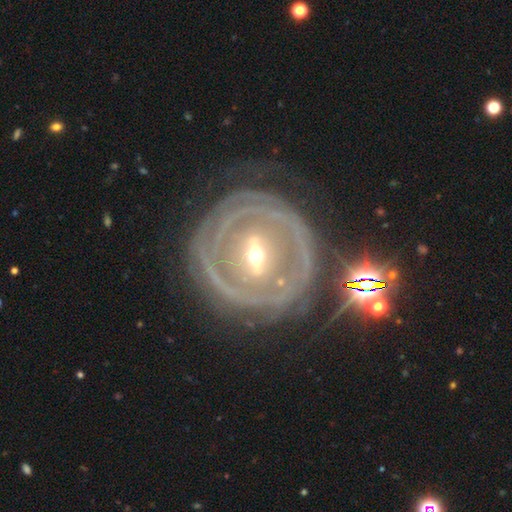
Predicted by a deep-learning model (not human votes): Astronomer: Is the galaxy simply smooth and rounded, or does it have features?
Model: featured or disk — 86%.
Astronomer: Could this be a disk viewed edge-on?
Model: no — 93%.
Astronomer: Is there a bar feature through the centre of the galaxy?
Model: strong — 48% (runner-up: weak, 35%).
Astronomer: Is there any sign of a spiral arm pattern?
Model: yes — 79%.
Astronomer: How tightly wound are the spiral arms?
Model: tight — 80%.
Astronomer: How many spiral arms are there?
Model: can't tell — 43% (runner-up: 2, 22%).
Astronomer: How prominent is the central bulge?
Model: small — 50% (runner-up: moderate, 45%).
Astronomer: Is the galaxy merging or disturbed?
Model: none — 71%.